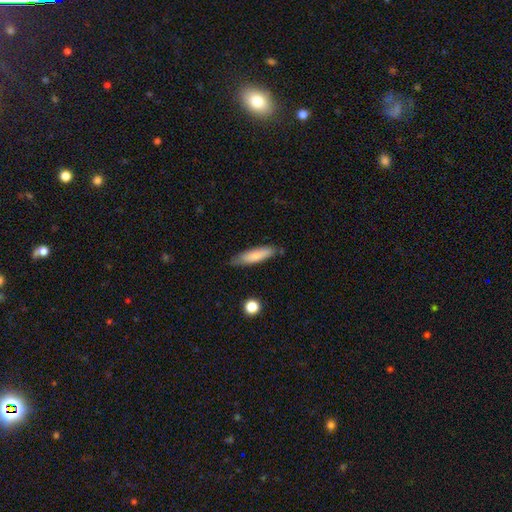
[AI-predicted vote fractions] This appears to be a smooth galaxy with no disk features (77%) that is cigar-shaped (67%). Merging: none (73%).